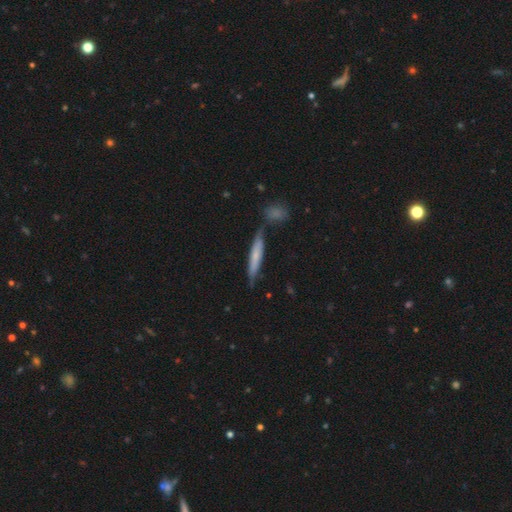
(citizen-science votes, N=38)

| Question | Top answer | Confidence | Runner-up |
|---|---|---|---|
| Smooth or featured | smooth | 61% | featured or disk (39%) |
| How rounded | cigar-shaped | 96% | in between (4%) |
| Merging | none | 53% | minor disturbance (18%) |